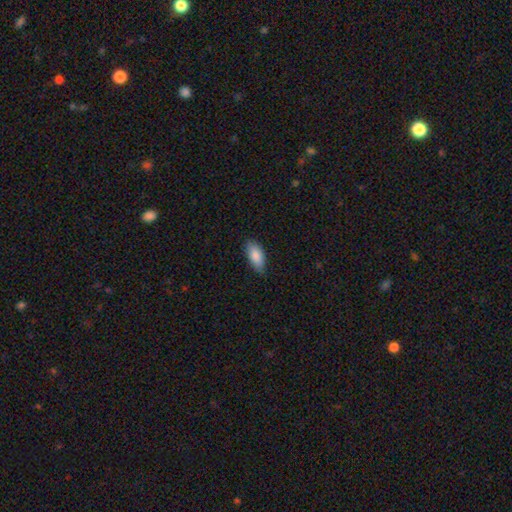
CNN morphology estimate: type=smooth (87%); roundness=in between (89%); merging=none (80%).